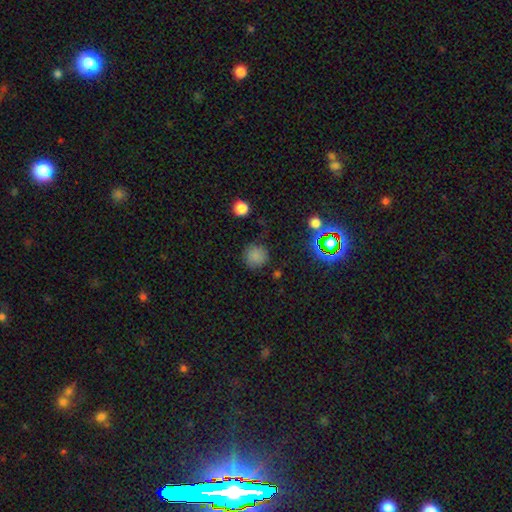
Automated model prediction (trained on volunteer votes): Morphology: type=smooth (78%); roundness=round (93%); merging=none (80%).